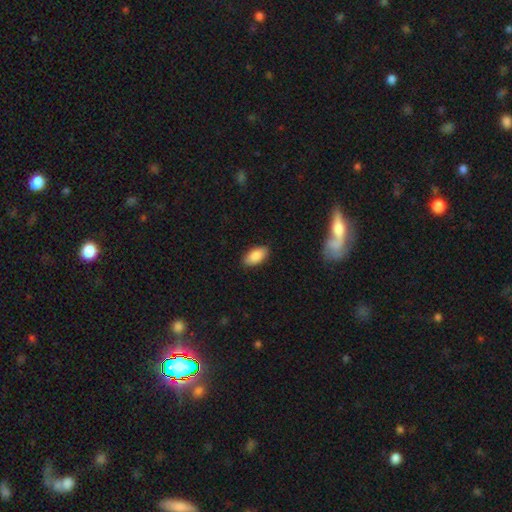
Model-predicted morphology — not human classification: Smooth or featured: smooth — 88% (star or artifact — 7%)
How rounded: in between — 94% (cigar-shaped — 3%)
Merging: none — 87% (minor disturbance — 10%)